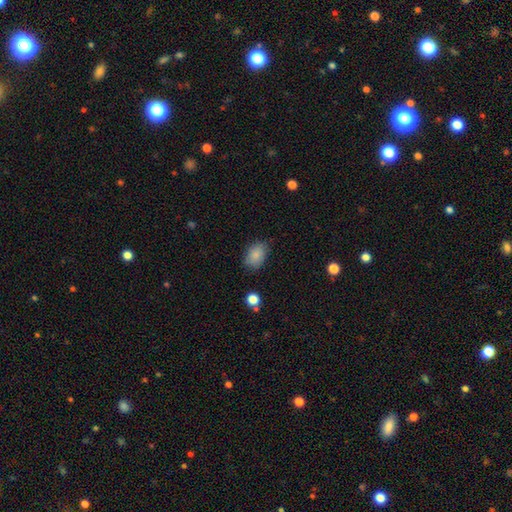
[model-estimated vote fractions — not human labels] Morphology: type=smooth (85%); roundness=in between (82%); merging=none (78%).